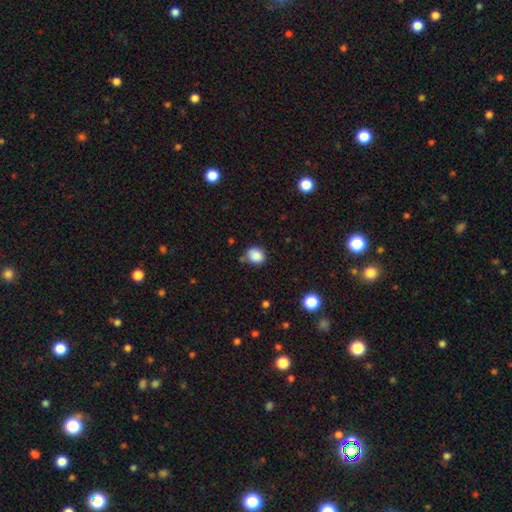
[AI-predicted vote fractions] smooth 86%, star or artifact 10%, featured or disk 4%. Down the decision tree: how rounded — round (64%); merging — none (69%).